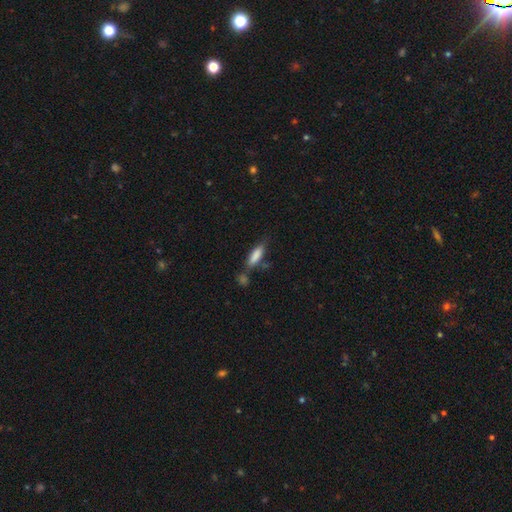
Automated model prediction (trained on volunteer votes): This is clearly a smooth galaxy (82%). How rounded: possibly cigar-shaped (49%, tied with in between). Merging: possibly none (56%).